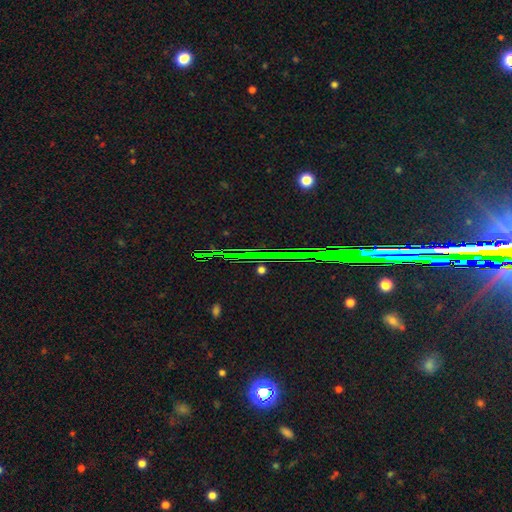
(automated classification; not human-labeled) smooth-or-featured: star or artifact: 80% | featured or disk: 10% | smooth: 10%